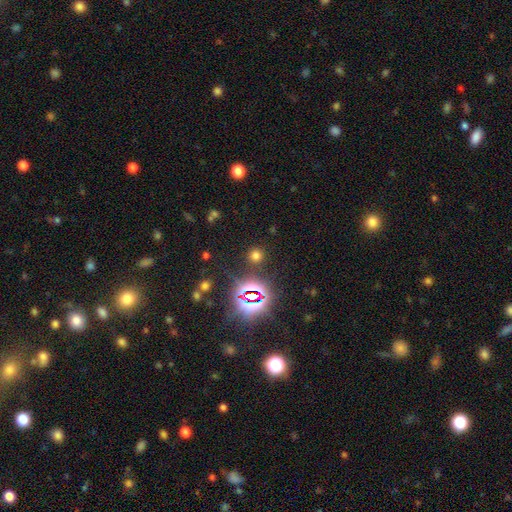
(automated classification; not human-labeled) A smooth galaxy with no disk features (61%) that is round (90%). Merging: none (86%).